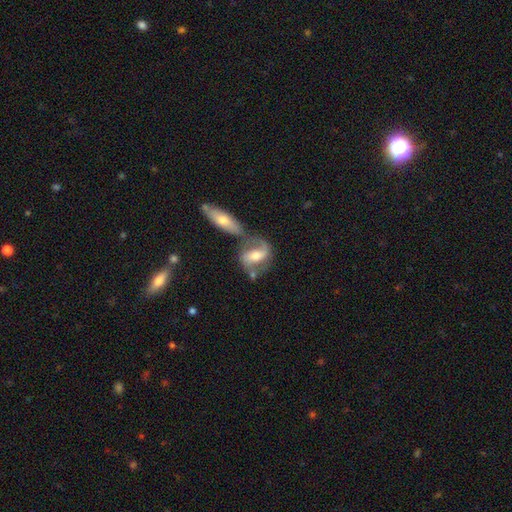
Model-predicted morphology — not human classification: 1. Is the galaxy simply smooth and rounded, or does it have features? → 70% featured or disk, 24% smooth, 6% star or artifact.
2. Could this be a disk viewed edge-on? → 92% no, 8% yes.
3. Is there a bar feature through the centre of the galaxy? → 41% weak, 35% strong, 24% no.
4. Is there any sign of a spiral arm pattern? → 88% yes, 12% no.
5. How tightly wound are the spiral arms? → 44% medium, 43% loose, 14% tight.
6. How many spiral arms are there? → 87% 2, 5% can't tell, 5% 1, 1% 3, 1% 4, 1% more than 4.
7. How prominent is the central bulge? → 69% moderate, 18% small, 10% large, 2% none, 1% dominant.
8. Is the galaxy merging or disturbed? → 45% none, 35% merger, 13% minor disturbance, 6% major disturbance.